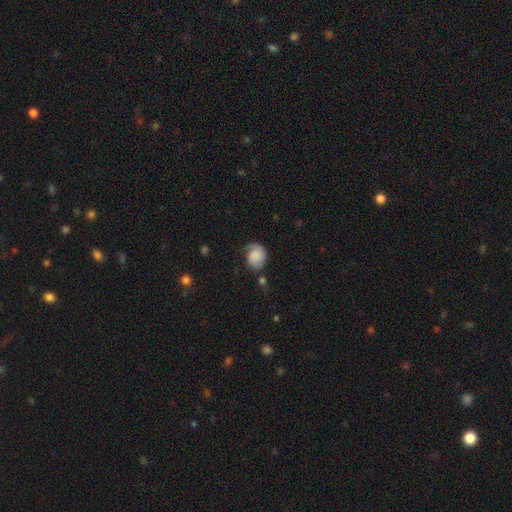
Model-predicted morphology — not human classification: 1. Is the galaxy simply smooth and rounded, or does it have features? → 64% smooth, 28% featured or disk, 8% star or artifact.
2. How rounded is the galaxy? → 52% round, 47% in between, 1% cigar-shaped.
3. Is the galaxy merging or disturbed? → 43% none, 33% minor disturbance, 21% major disturbance, 4% merger.